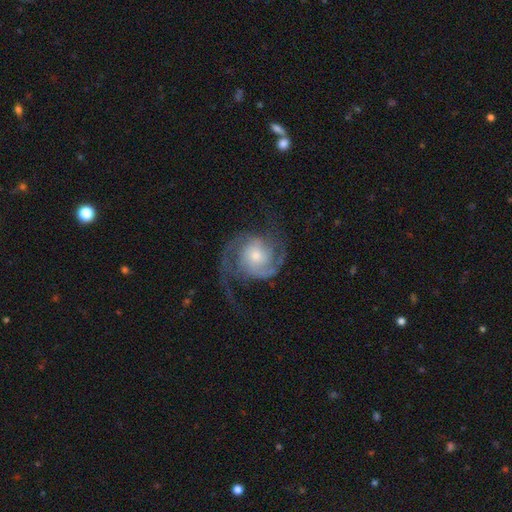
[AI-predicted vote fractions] Overall: featured or disk (90%). Edge-on disk: no (98%). Bar: no (68%). Spiral arms: yes (98%). Spiral arm count: 2 (82%). Spiral winding: medium (51%; tight 28%). Bulge size: small (46%; moderate 43%). Merging: none (68%).